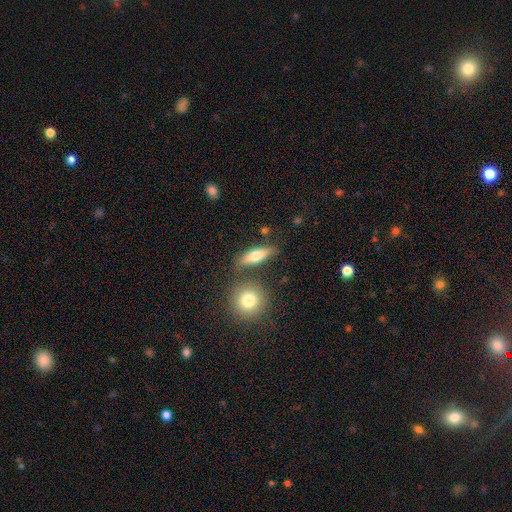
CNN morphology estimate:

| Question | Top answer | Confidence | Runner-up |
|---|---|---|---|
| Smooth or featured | smooth | 64% | featured or disk (28%) |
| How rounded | in between | 47% | cigar-shaped (45%) |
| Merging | none | 72% | minor disturbance (13%) |